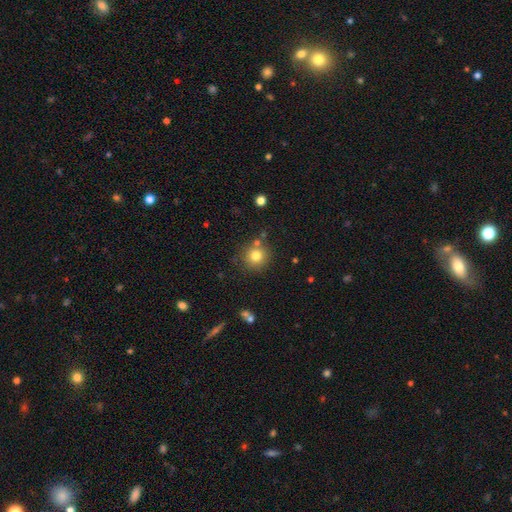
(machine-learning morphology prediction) Smooth or featured?
  - smooth: 79% *
  - star or artifact: 12%
  - featured or disk: 9%
How rounded?
  - round: 92% *
  - in between: 7%
  - cigar-shaped: 1%
Merging?
  - none: 78% *
  - minor disturbance: 10%
  - merger: 9%
  - major disturbance: 3%